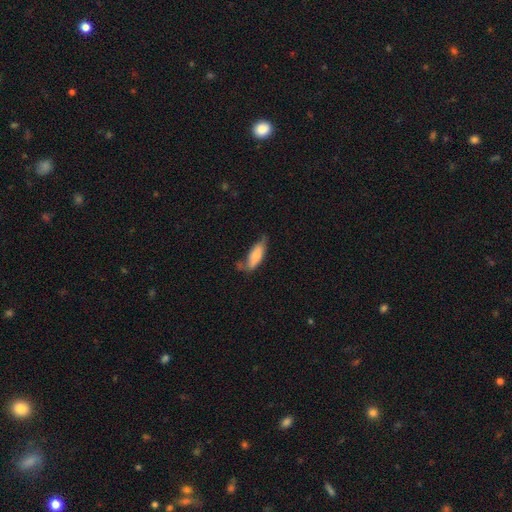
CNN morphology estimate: Overall: smooth (77%). How rounded: in between (62%; cigar-shaped 36%). Merging: none (45%; minor disturbance 35%).